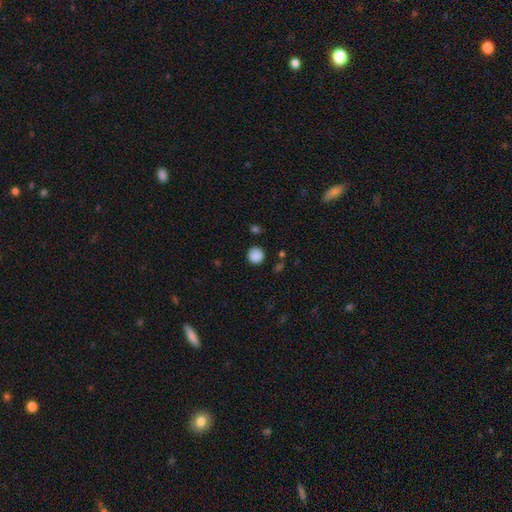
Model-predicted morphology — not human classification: Q: Smooth or featured?
A: smooth (87%); runner-up: star or artifact (10%)
Q: How rounded?
A: round (92%); runner-up: in between (7%)
Q: Merging?
A: none (84%); runner-up: minor disturbance (11%)